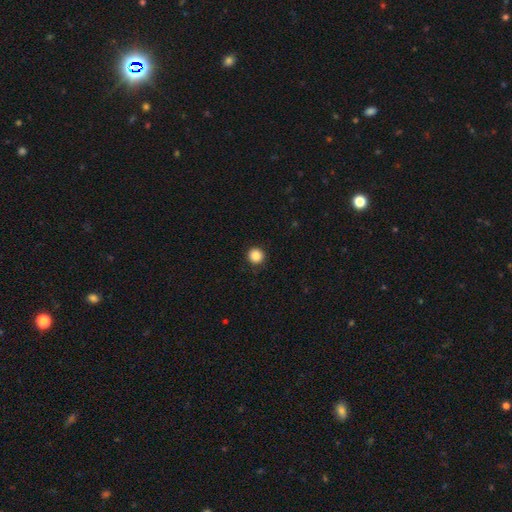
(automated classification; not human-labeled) Smooth or featured: smooth — 87% (star or artifact — 10%)
How rounded: round — 95% (in between — 4%)
Merging: none — 91% (minor disturbance — 6%)